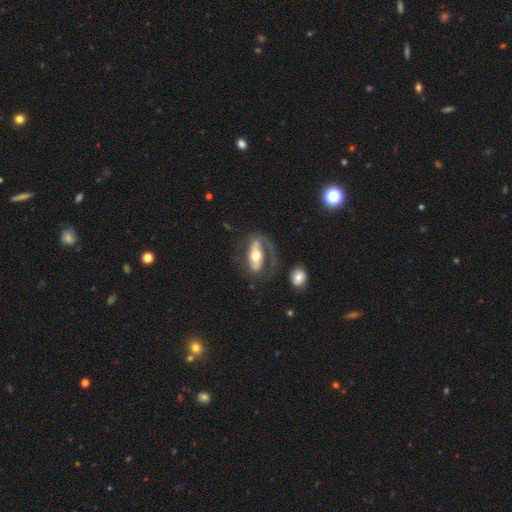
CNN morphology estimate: A featured or disk galaxy (73%) with a strong bar (44%), spiral arms (72%) and a moderate central bulge (65%).

Vote fractions:
- Smooth or featured? featured or disk: 73% / smooth: 22% / star or artifact: 5%
- Edge-on disk? no: 88% / yes: 12%
- Bar? strong: 44% / no: 33% / weak: 23%
- Spiral arms? yes: 72% / no: 28%
- Bulge size? moderate: 65% / large: 21% / small: 11% / dominant: 2% / none: 1%
- Merging? none: 53% / major disturbance: 25% / minor disturbance: 18% / merger: 4%